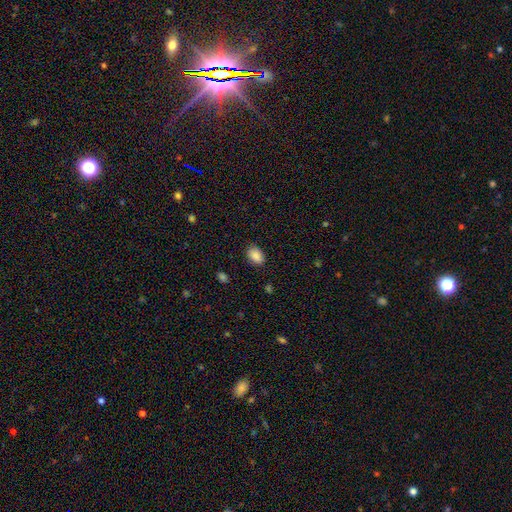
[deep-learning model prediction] smooth 88%, star or artifact 8%, featured or disk 4%. Down the decision tree: how rounded — in between (83%); merging — none (83%).